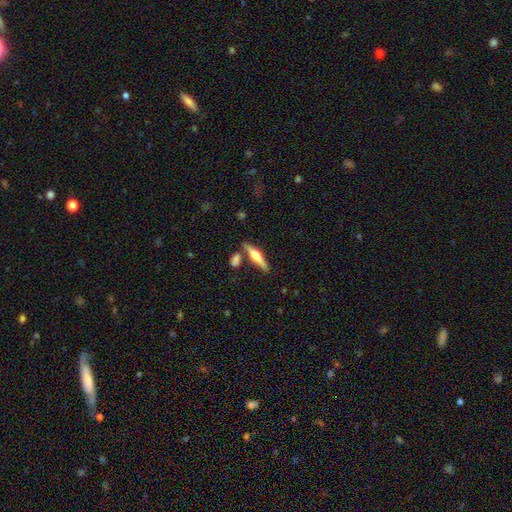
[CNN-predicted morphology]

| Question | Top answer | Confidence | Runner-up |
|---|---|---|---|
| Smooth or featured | featured or disk | 60% | smooth (34%) |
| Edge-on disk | yes | 96% | no (4%) |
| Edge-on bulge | rounded | 91% | boxy (5%) |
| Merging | none | 76% | merger (11%) |